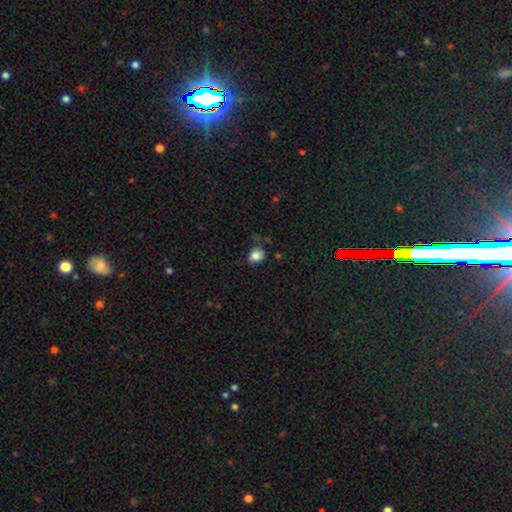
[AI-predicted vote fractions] smooth-or-featured: smooth: 84% | star or artifact: 10% | featured or disk: 6%
  how-rounded: in between: 55% | round: 44% | cigar-shaped: 1%
  merging: none: 67% | minor disturbance: 25% | major disturbance: 6% | merger: 3%